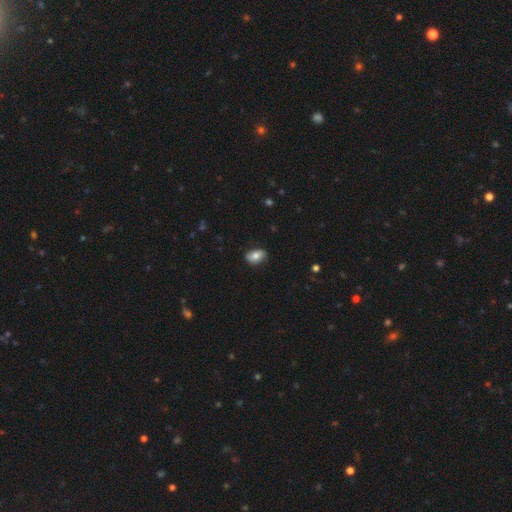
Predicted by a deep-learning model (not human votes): Morphology: type=smooth (75%); roundness=in between (87%); merging=none (82%).